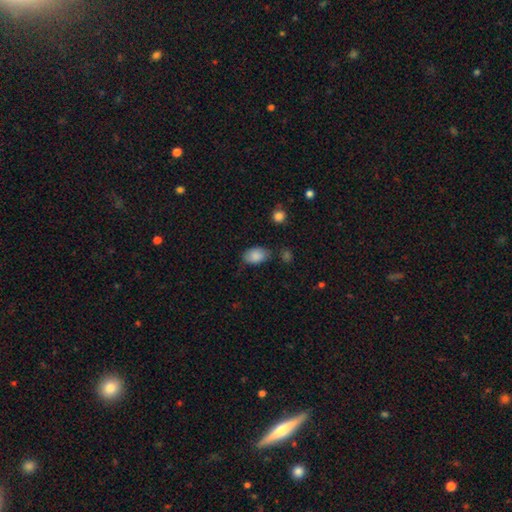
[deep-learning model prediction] Smooth or featured? Predicted: smooth (p=0.87). How rounded? Predicted: in between (p=0.89). Merging? Predicted: none (p=0.69).